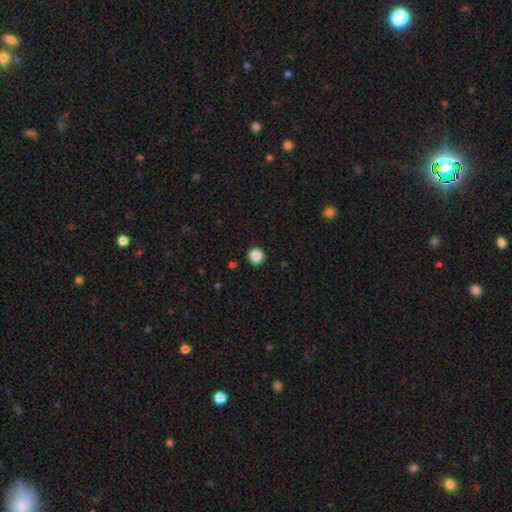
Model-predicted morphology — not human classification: Overall: smooth (87%). How rounded: round (96%). Merging: none (93%).